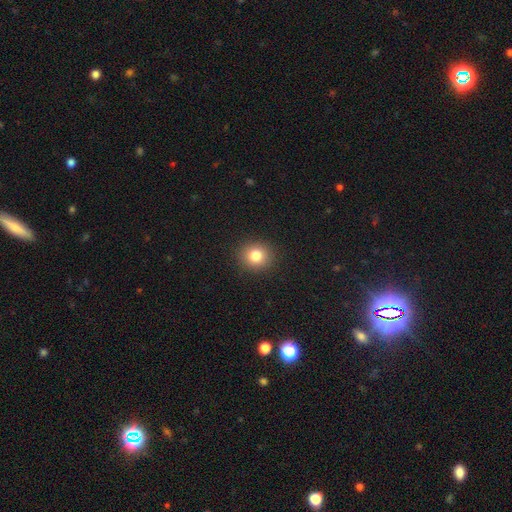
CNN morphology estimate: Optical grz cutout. It shows a smooth galaxy with no disk features (81%) that is round (83%). Merging: none (91%).